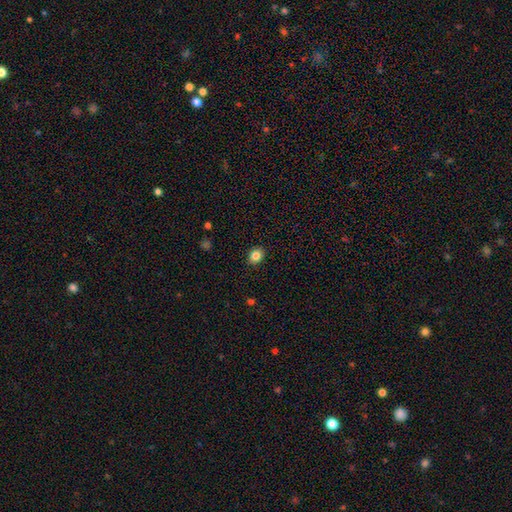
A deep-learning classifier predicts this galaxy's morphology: type=smooth (84%); roundness=round (56%); merging=none (89%).